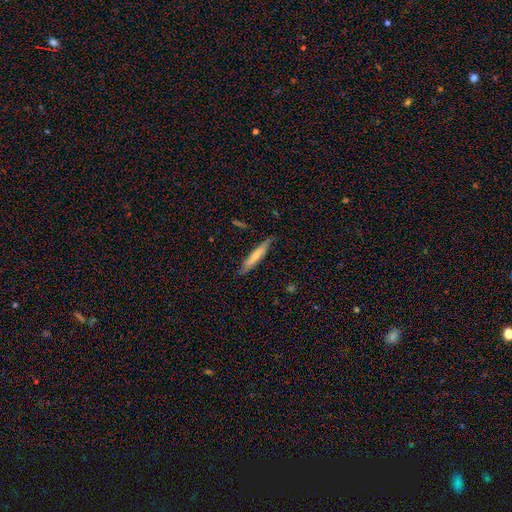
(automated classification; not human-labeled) Smooth or featured?
  - smooth: 65% *
  - featured or disk: 29%
  - star or artifact: 6%
How rounded?
  - cigar-shaped: 91% *
  - in between: 8%
  - round: 1%
Merging?
  - none: 84% *
  - minor disturbance: 13%
  - major disturbance: 2%
  - merger: 1%